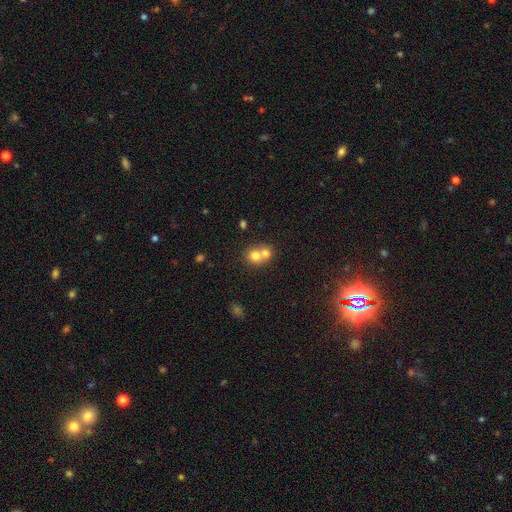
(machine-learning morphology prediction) A smooth galaxy with no disk features (74%) that is round (75%).

Vote fractions:
- Smooth or featured? smooth: 74% / featured or disk: 16% / star or artifact: 10%
- How rounded? round: 75% / in between: 24% / cigar-shaped: 1%
- Merging? merger: 67% / none: 27% / minor disturbance: 5% / major disturbance: 2%